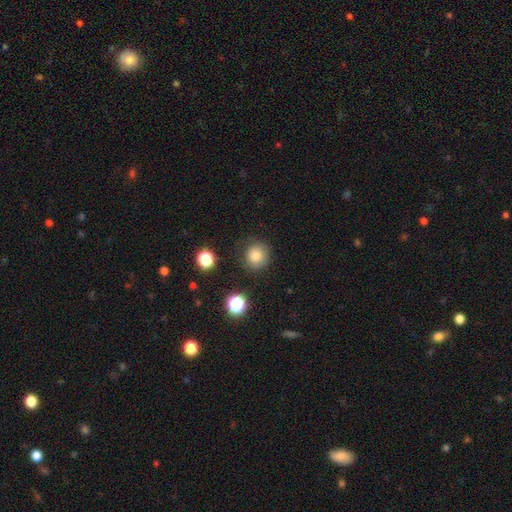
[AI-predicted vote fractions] Overall: smooth (79%). How rounded: round (90%). Merging: none (81%).